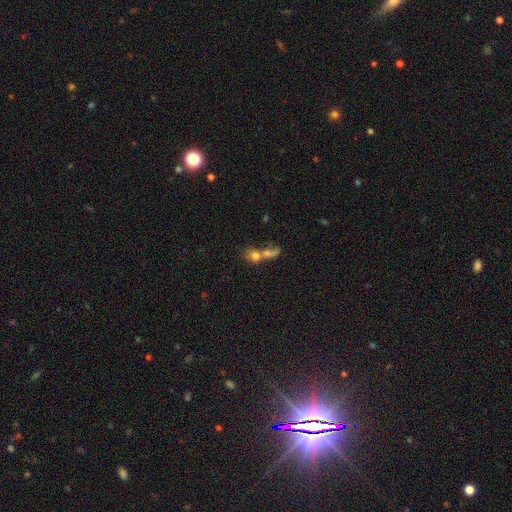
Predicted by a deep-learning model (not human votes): Smooth or featured?
  - smooth: 67% *
  - featured or disk: 21%
  - star or artifact: 12%
How rounded?
  - round: 57% *
  - in between: 37%
  - cigar-shaped: 5%
Merging?
  - merger: 67% *
  - none: 18%
  - major disturbance: 9%
  - minor disturbance: 6%